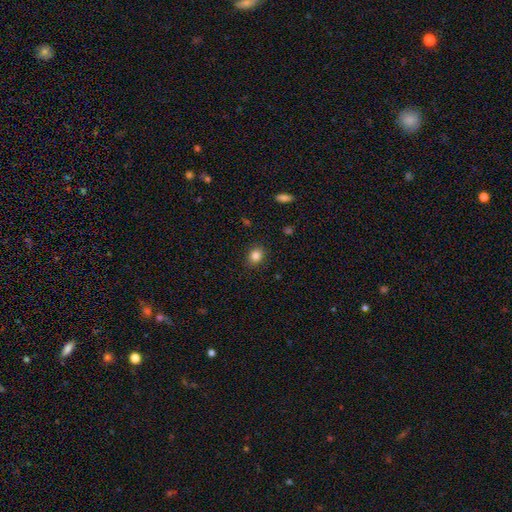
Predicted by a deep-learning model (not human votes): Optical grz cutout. It shows a smooth galaxy with no disk features (85%) that is round (59%). Merging: none (88%).